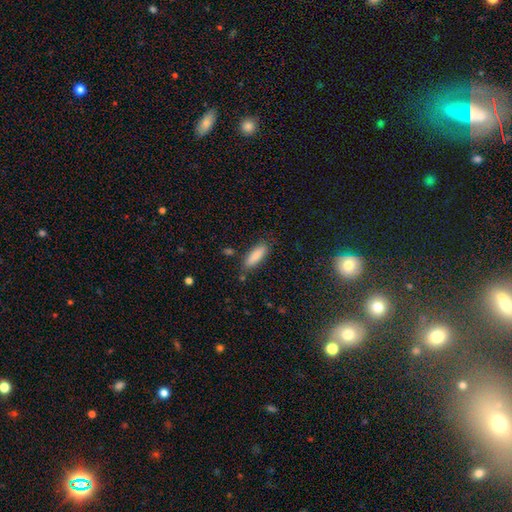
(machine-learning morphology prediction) The model was most divided on "how rounded": cigar-shaped: 52%, in between: 46%, round: 2%. More confident: smooth or featured — smooth (85%); merging — none (80%).